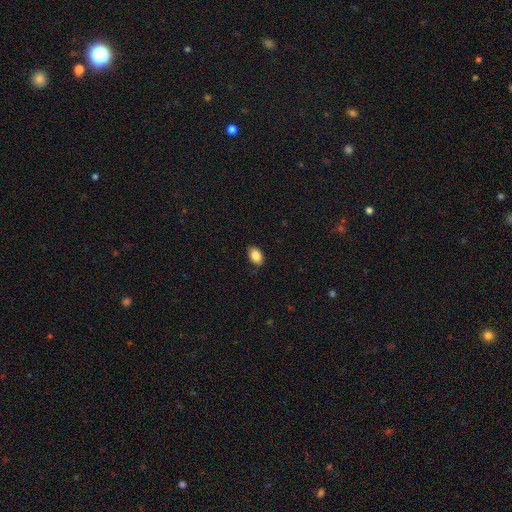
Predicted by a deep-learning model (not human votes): This appears to be a smooth galaxy with no disk features (87%) that is in between round and cigar-shaped (86%). Merging: none (84%).